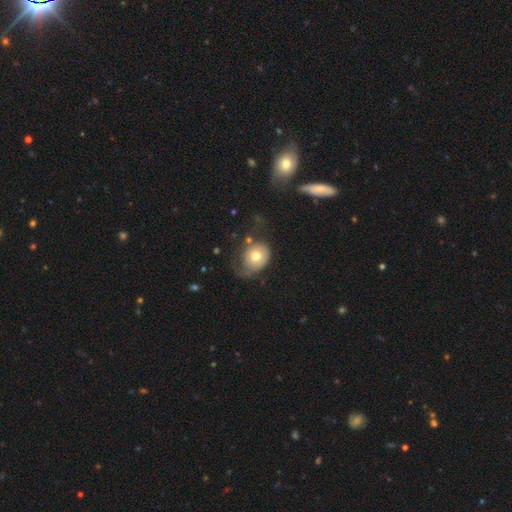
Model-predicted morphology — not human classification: Smooth or featured? smooth (66%)
How rounded? round (61%)
Merging? none (33%)